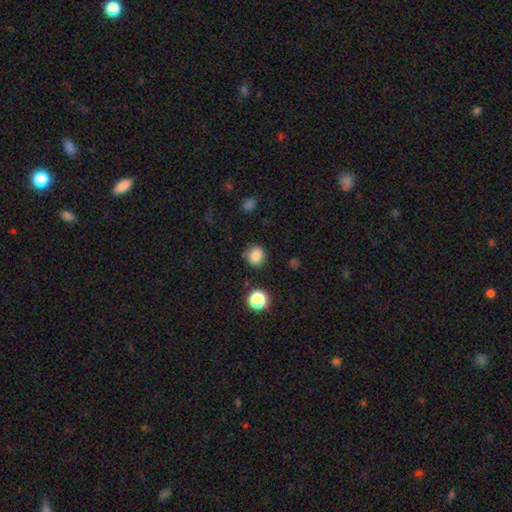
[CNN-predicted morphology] smooth 83%, star or artifact 12%, featured or disk 5%. Down the decision tree: how rounded — round (87%); merging — none (82%).